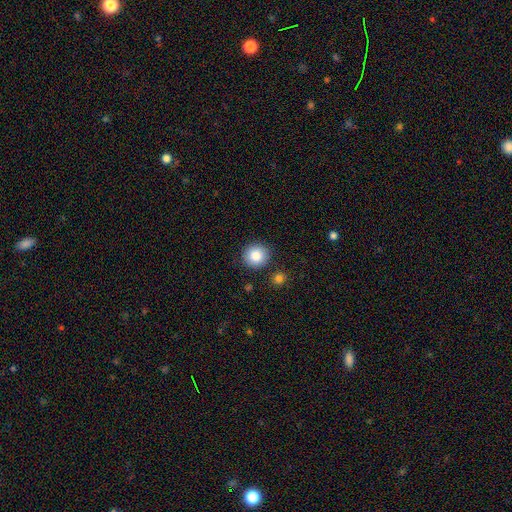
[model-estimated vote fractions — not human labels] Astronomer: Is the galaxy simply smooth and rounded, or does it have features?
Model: smooth — 86%.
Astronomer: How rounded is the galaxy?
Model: round — 91%.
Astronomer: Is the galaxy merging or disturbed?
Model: none — 88%.